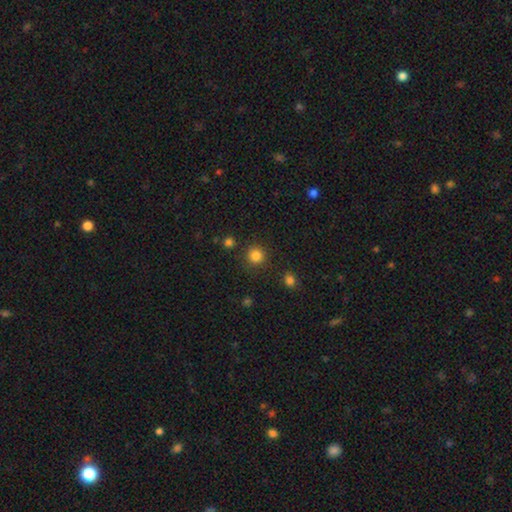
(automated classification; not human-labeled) This appears to be a smooth galaxy with no disk features (84%) that is round (93%). Merging: none (88%).